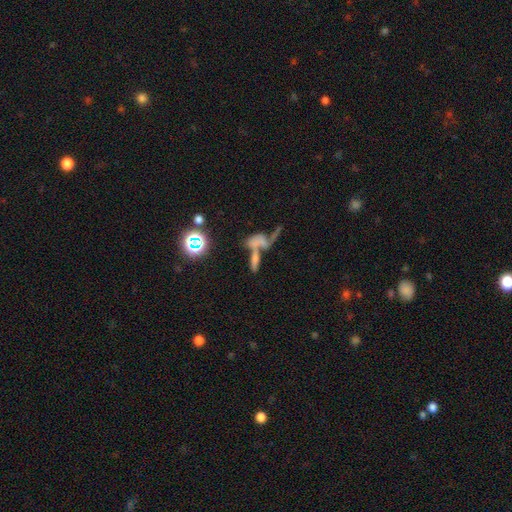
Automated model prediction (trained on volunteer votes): Morphology: type=smooth (39%); merging=merger (57%).